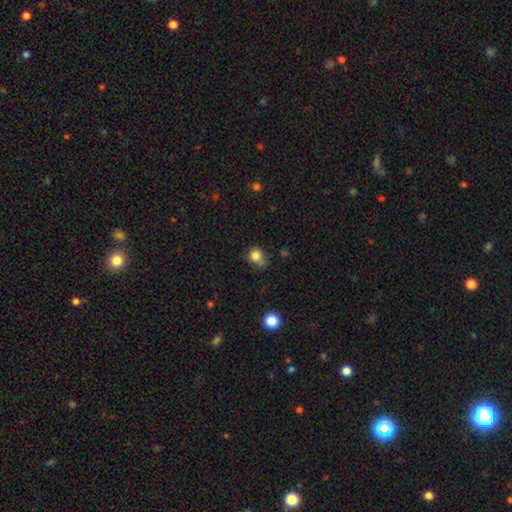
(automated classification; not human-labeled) smooth_or_featured: smooth (p=0.81) [alt: star or artifact p=0.12]
how_rounded: round (p=0.61) [alt: in between p=0.38]
merging: none (p=0.49) [alt: minor disturbance p=0.36]